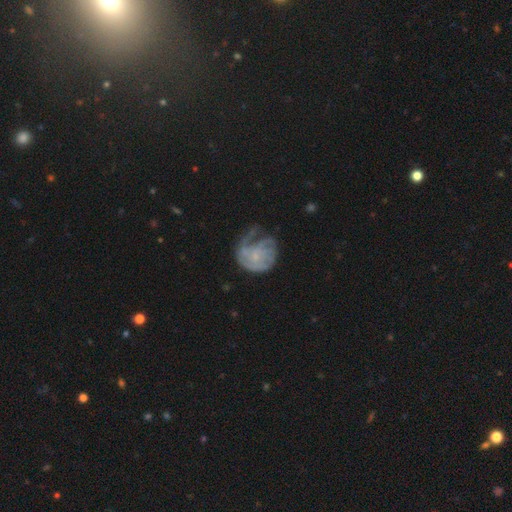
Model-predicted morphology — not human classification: Q: Smooth or featured?
A: featured or disk (66%); runner-up: smooth (26%)
Q: Edge-on disk?
A: no (98%); runner-up: yes (2%)
Q: Bar?
A: no (80%); runner-up: weak (18%)
Q: Spiral arms?
A: yes (77%); runner-up: no (23%)
Q: Bulge size?
A: small (52%); runner-up: none (34%)
Q: Merging?
A: none (37%); runner-up: major disturbance (36%)